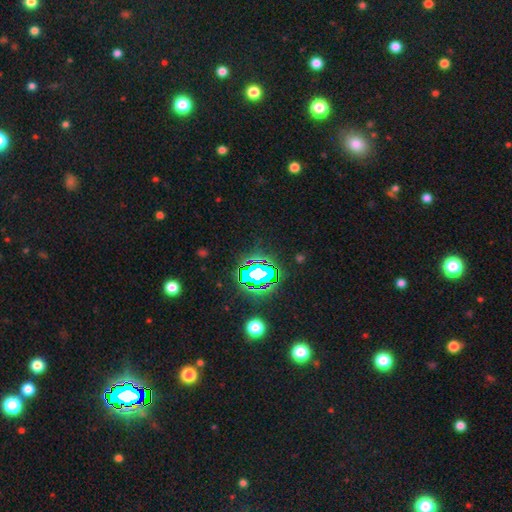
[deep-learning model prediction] Smooth or featured: star or artifact — 80% (smooth — 13%)